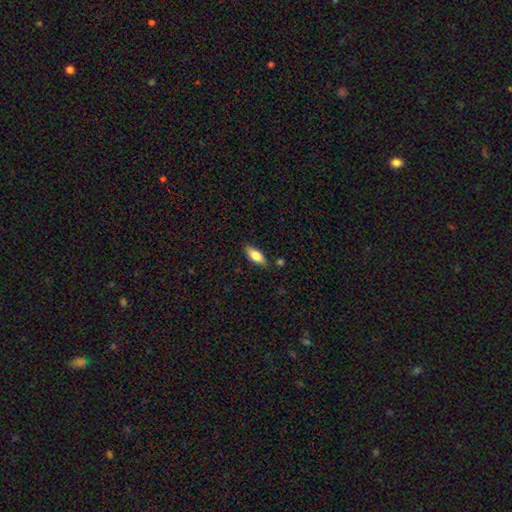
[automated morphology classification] Smooth or featured? Predicted: smooth (p=0.76). How rounded? Predicted: in between (p=0.79). Merging? Predicted: none (p=0.82).